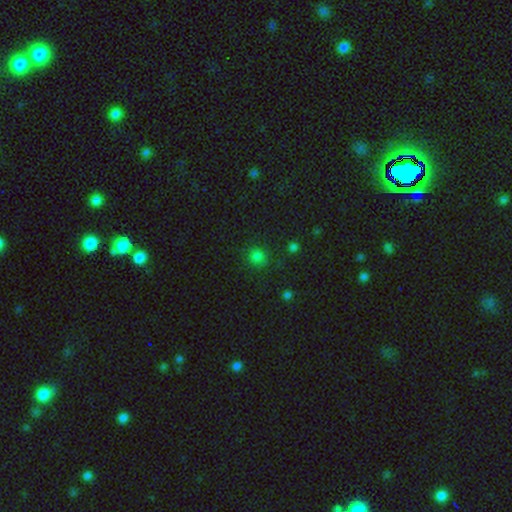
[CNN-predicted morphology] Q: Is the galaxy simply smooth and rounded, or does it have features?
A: smooth — 77%.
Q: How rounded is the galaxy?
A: round — 88%.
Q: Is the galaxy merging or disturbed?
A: none — 82%.